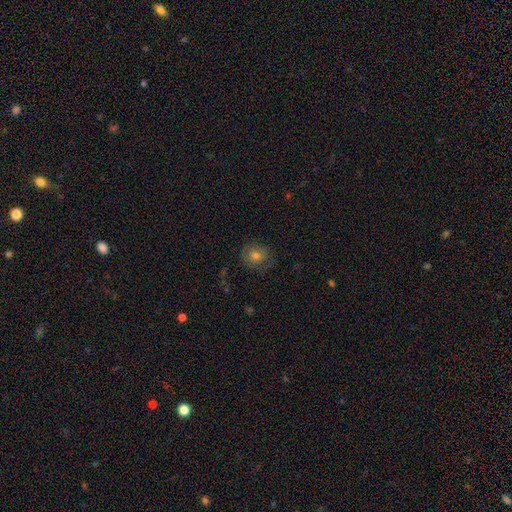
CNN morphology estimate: Smooth or featured?
  - smooth: 67% *
  - featured or disk: 19%
  - star or artifact: 14%
How rounded?
  - round: 85% *
  - in between: 14%
  - cigar-shaped: 1%
Merging?
  - none: 77% *
  - minor disturbance: 15%
  - major disturbance: 6%
  - merger: 1%